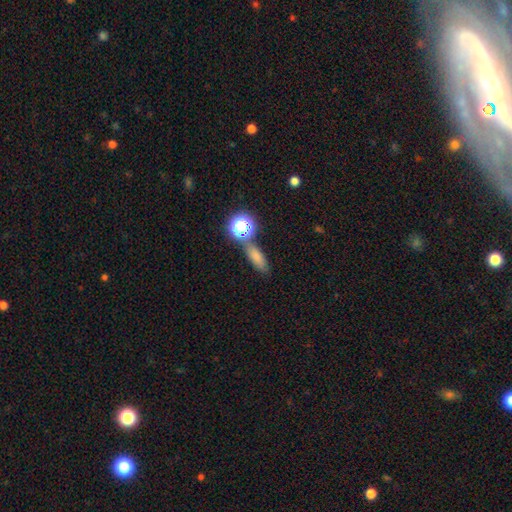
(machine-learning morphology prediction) Smooth or featured: smooth — 61% (star or artifact — 27%)
How rounded: in between — 54% (cigar-shaped — 28%)
Merging: none — 73% (merger — 12%)